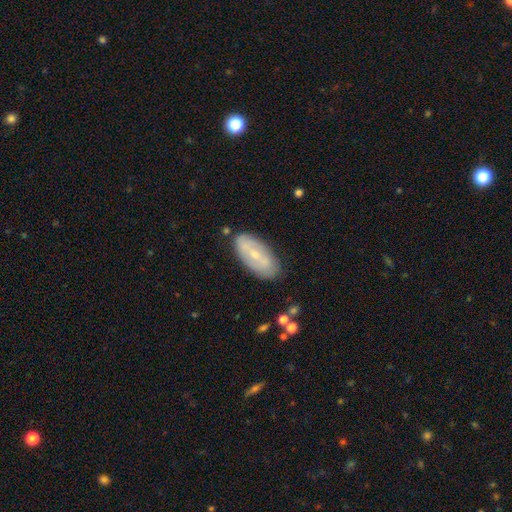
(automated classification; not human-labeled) A featured or disk galaxy (50%). Merging: none (81%).